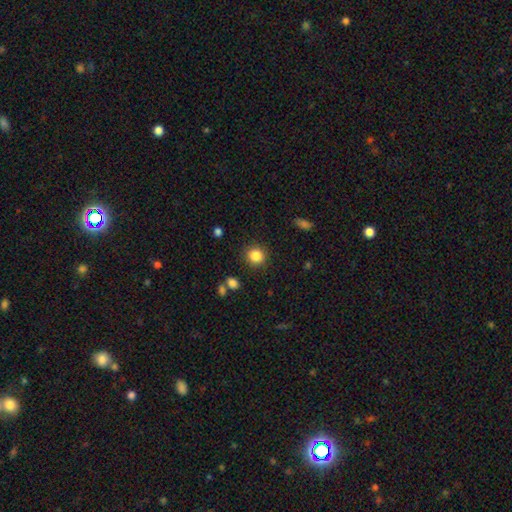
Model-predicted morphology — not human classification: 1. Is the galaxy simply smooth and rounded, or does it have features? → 86% smooth, 10% star or artifact, 4% featured or disk.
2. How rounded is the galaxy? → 88% round, 11% in between, 1% cigar-shaped.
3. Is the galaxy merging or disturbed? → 88% none, 7% minor disturbance, 3% major disturbance, 2% merger.